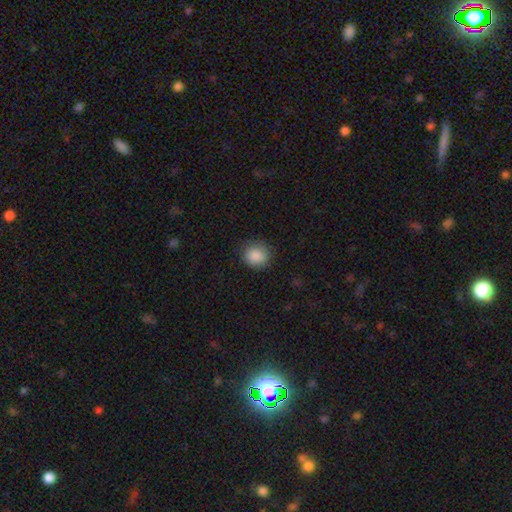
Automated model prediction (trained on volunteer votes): Morphology: type=smooth (88%); roundness=round (84%); merging=none (84%).